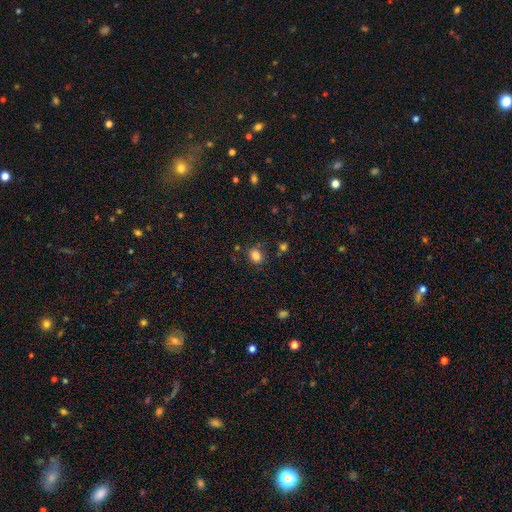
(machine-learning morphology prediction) smooth_or_featured: smooth (p=0.83) [alt: star or artifact p=0.12]
how_rounded: in between (p=0.54) [alt: round p=0.44]
merging: none (p=0.76) [alt: minor disturbance p=0.15]